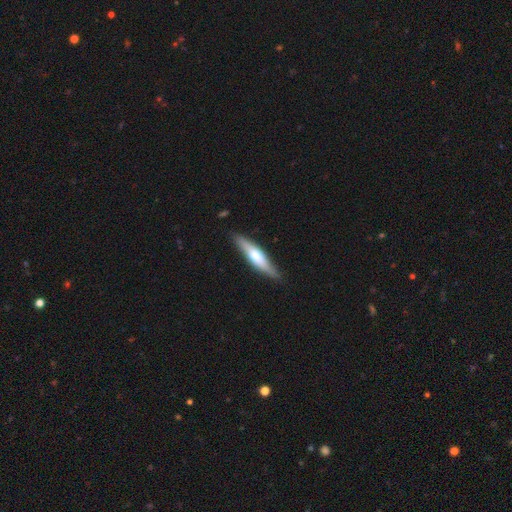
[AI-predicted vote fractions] Q: Smooth or featured?
A: featured or disk (48%); runner-up: smooth (47%)
Q: Merging?
A: none (86%); runner-up: minor disturbance (11%)